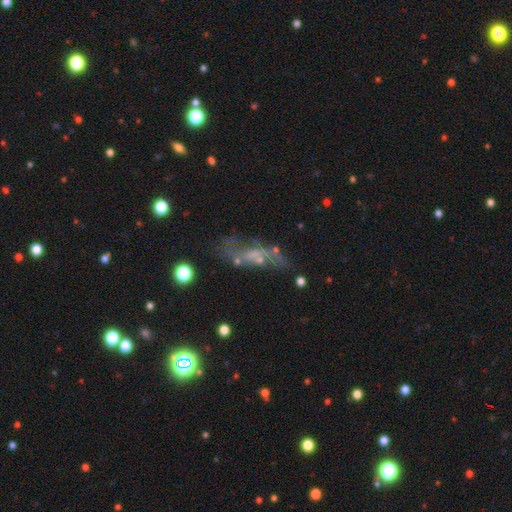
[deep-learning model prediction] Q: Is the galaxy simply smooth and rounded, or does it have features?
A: featured or disk — 54%.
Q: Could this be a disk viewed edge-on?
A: no — 83%.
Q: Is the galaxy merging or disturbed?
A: none — 40%.